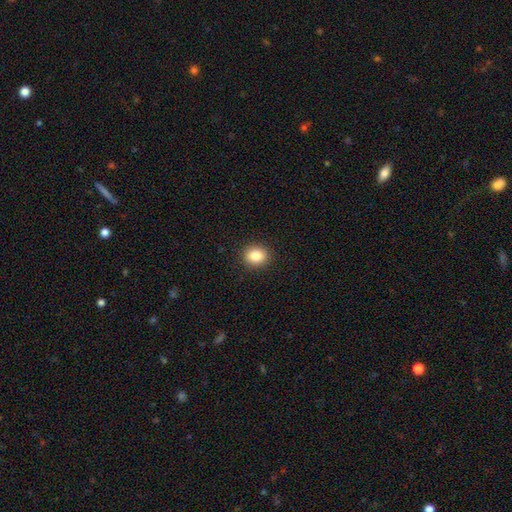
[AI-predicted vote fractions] Smooth or featured: smooth — 85% (star or artifact — 10%)
How rounded: round — 63% (in between — 36%)
Merging: none — 90% (minor disturbance — 7%)